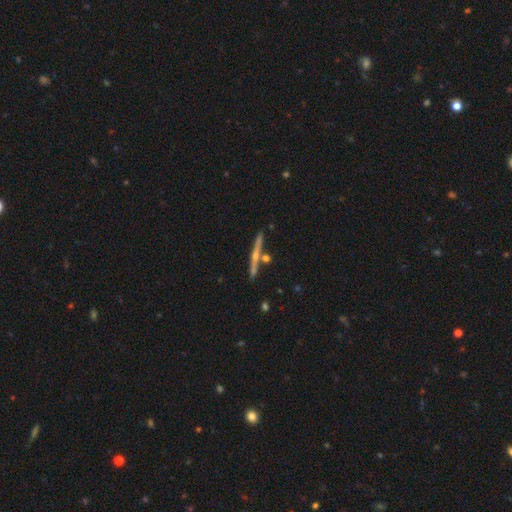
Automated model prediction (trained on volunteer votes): Smooth or featured: featured or disk — 51% (smooth — 28%)
Edge-on disk: yes — 78% (no — 22%)
Merging: none — 63% (merger — 17%)